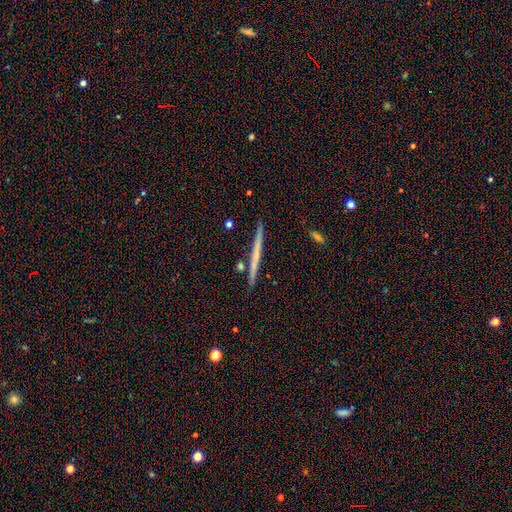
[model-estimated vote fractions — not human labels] smooth_or_featured: featured or disk (p=0.51) [alt: smooth p=0.42]
disk_edge_on: yes (p=0.97) [alt: no p=0.03]
merging: none (p=0.90) [alt: minor disturbance p=0.06]